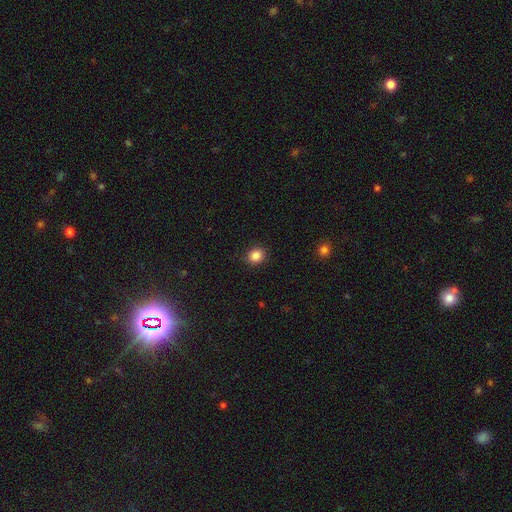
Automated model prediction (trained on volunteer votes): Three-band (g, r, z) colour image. It shows a smooth galaxy with no disk features (86%) that is round (77%). Merging: none (89%).